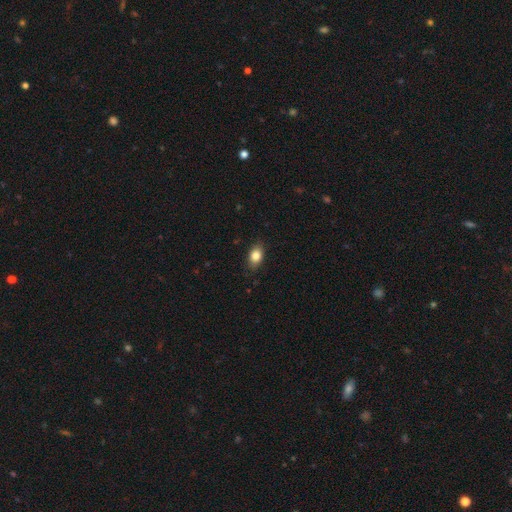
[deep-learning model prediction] Smooth or featured: smooth — 85% (star or artifact — 8%)
How rounded: in between — 80% (round — 17%)
Merging: none — 85% (minor disturbance — 12%)